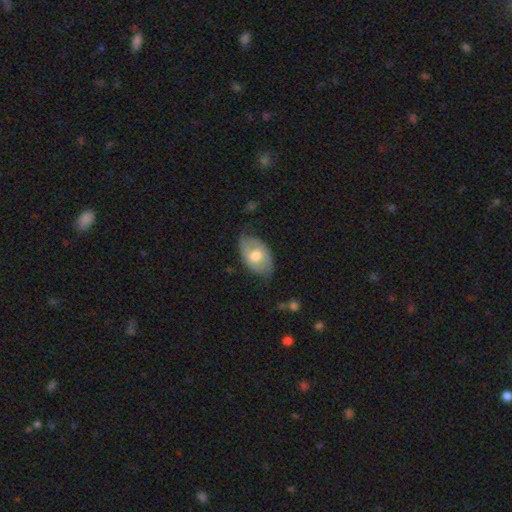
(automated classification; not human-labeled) A smooth galaxy with no disk features (52%) that is in between round and cigar-shaped (89%). Merging: none (60%).